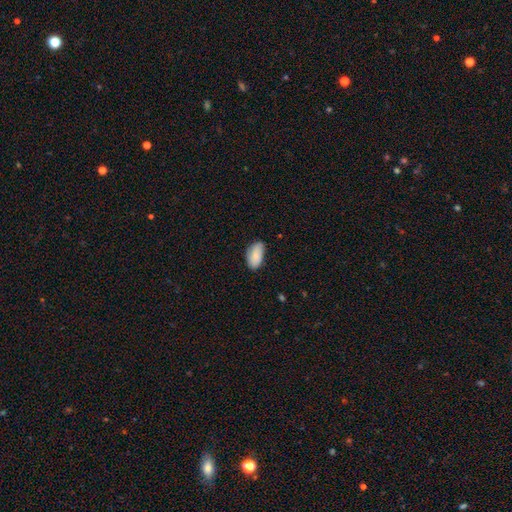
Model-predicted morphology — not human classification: smooth 85%, featured or disk 9%, star or artifact 6%. Down the decision tree: how rounded — in between (95%); merging — none (73%).